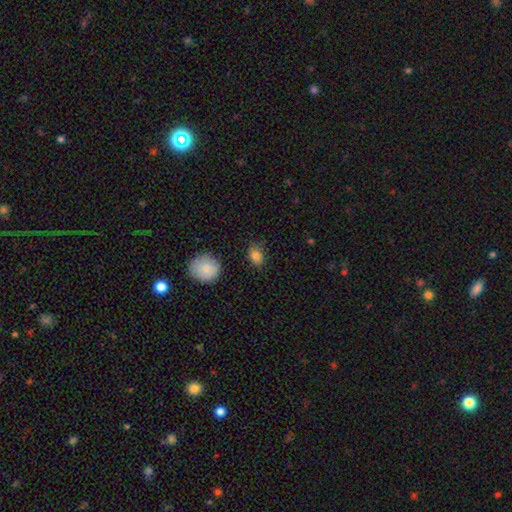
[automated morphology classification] Overall: smooth (85%). How rounded: in between (75%). Merging: none (74%).